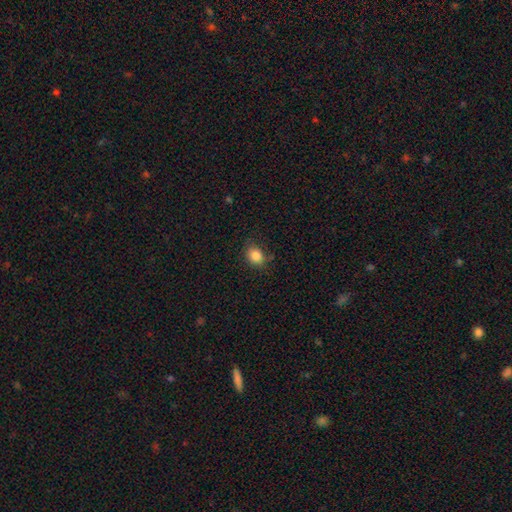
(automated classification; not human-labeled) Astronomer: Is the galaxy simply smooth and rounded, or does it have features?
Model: smooth — 85%.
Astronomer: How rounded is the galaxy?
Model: in between — 56% (runner-up: round, 43%).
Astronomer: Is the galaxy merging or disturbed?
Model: none — 79%.